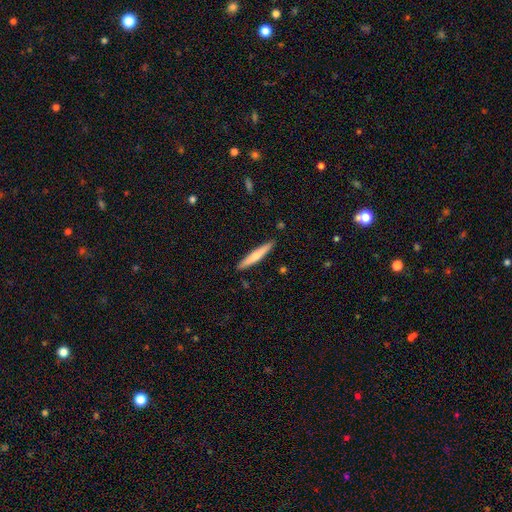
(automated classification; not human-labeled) Overall: smooth (61%; featured or disk 34%). How rounded: cigar-shaped (94%). Merging: none (90%).